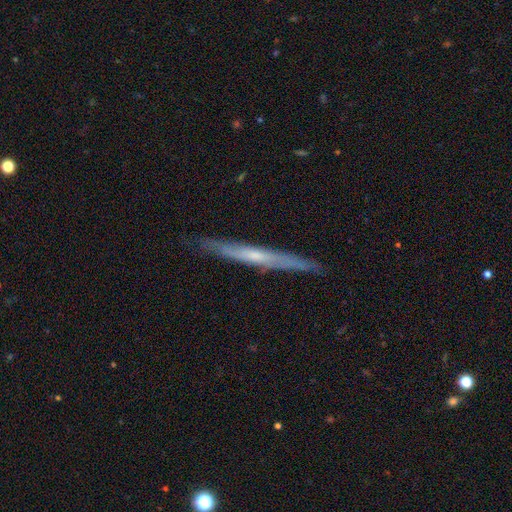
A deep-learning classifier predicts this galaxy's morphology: A featured or disk galaxy (63%) viewed edge-on (94%) with no central bulge (61%). Merging: none (87%).